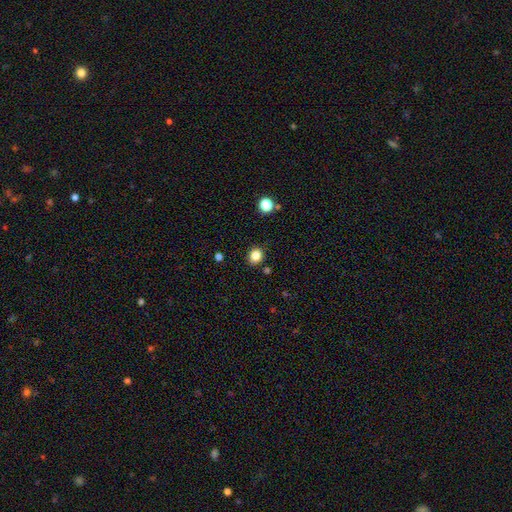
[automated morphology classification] A smooth galaxy with no disk features (83%) that is round (77%). Merging: none (88%).